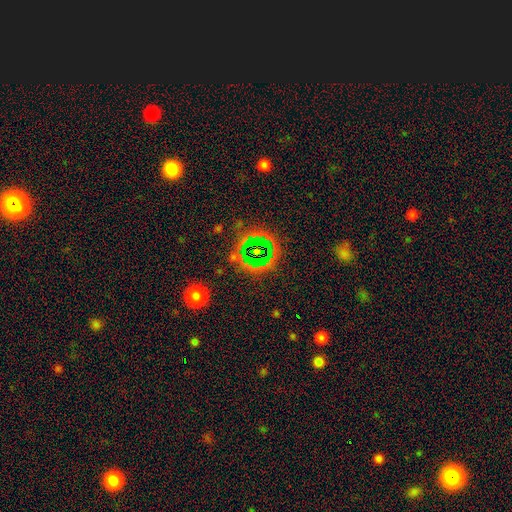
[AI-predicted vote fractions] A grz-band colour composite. It shows a star or artifact, not a galaxy (70%).